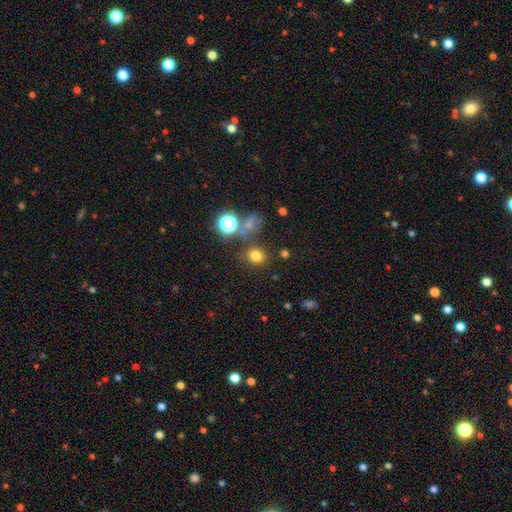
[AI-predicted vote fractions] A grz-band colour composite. It shows a smooth galaxy with no disk features (73%) that is round (69%). Merging: none (72%).